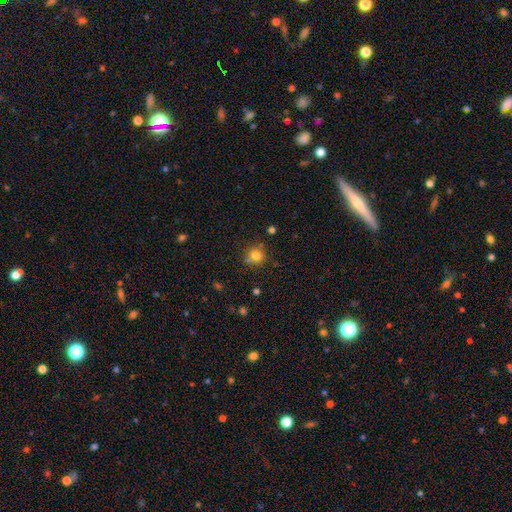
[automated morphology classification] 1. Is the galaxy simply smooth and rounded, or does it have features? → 80% smooth, 13% star or artifact, 7% featured or disk.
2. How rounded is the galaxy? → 91% round, 8% in between, 1% cigar-shaped.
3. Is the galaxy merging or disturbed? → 73% none, 12% minor disturbance, 11% merger, 3% major disturbance.